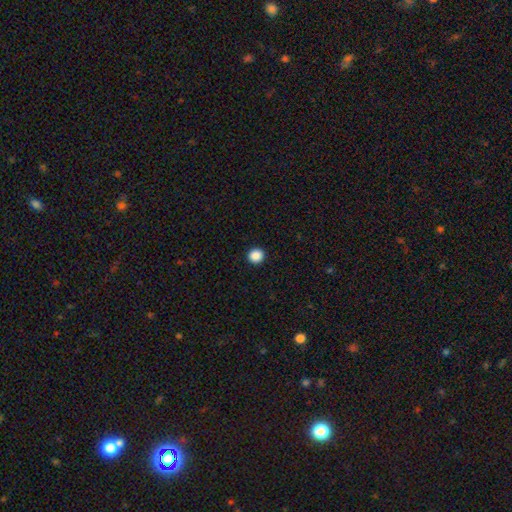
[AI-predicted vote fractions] Smooth or featured?
  - smooth: 88% *
  - star or artifact: 9%
  - featured or disk: 2%
How rounded?
  - round: 93% *
  - in between: 6%
  - cigar-shaped: 1%
Merging?
  - none: 94% *
  - minor disturbance: 4%
  - major disturbance: 1%
  - merger: 1%